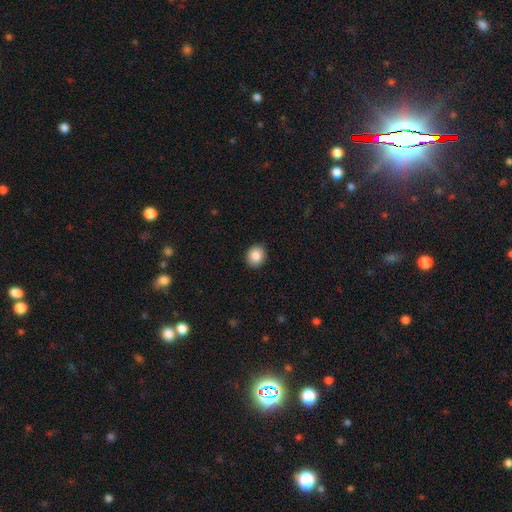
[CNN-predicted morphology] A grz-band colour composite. It shows a smooth galaxy with no disk features (86%) that is round (69%). Merging: none (91%).